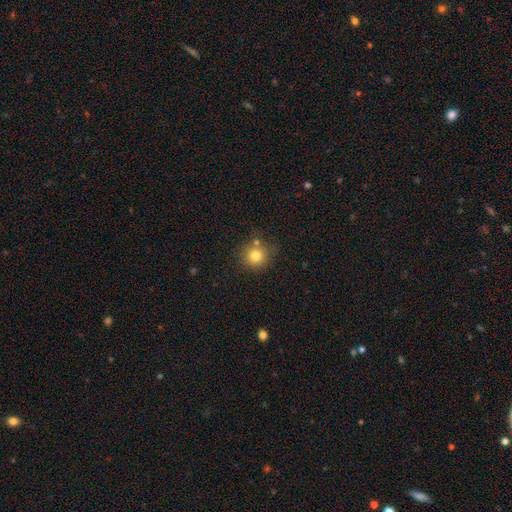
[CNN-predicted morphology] Smooth or featured?
  - smooth: 80% *
  - star or artifact: 12%
  - featured or disk: 8%
How rounded?
  - round: 91% *
  - in between: 8%
  - cigar-shaped: 1%
Merging?
  - none: 73% *
  - minor disturbance: 12%
  - merger: 11%
  - major disturbance: 4%